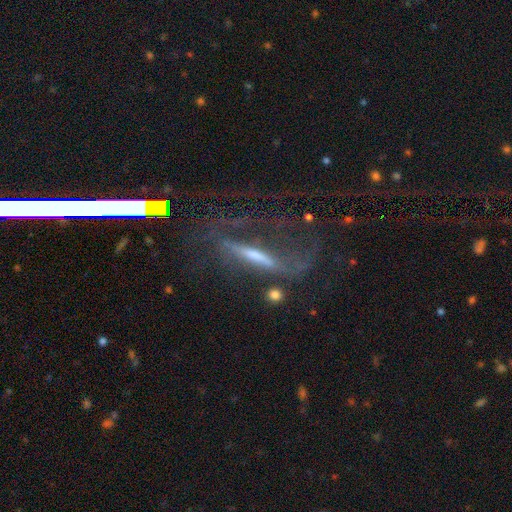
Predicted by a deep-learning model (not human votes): Morphology: type=featured or disk (67%); edge-on=yes (66%); merging=none (44%).